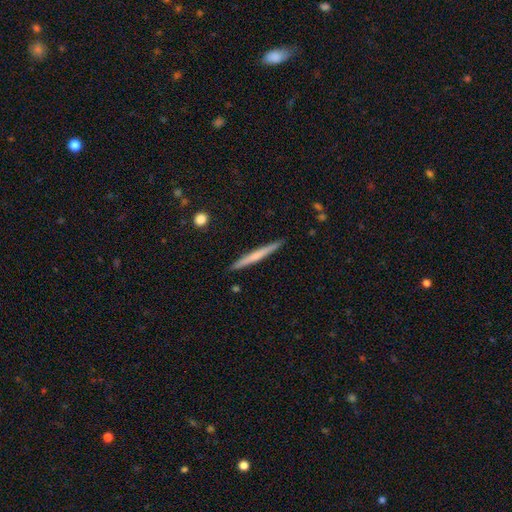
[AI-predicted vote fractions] This appears to be a smooth galaxy with no disk features (51%) that is cigar-shaped (97%). Merging: none (91%).